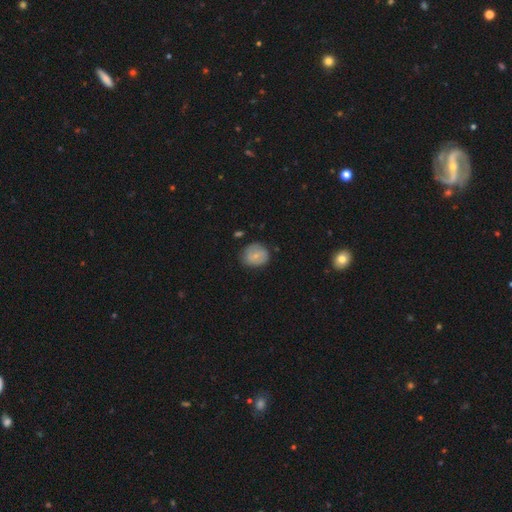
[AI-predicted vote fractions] smooth-or-featured: smooth: 63% | featured or disk: 29% | star or artifact: 8%
  how-rounded: round: 75% | in between: 24% | cigar-shaped: 1%
  merging: none: 70% | minor disturbance: 22% | major disturbance: 5% | merger: 2%